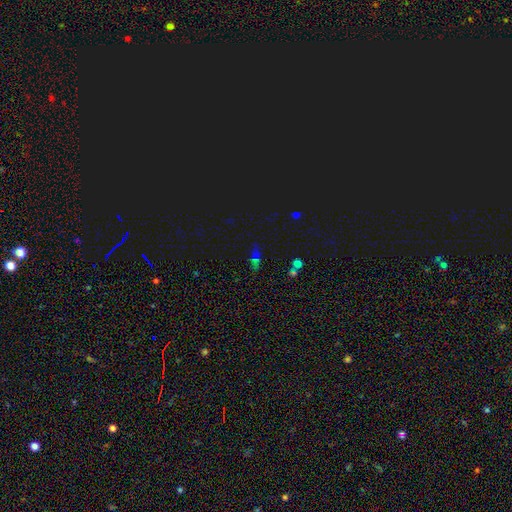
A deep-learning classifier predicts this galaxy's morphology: A smooth galaxy with no disk features (44%).

Vote fractions:
- Smooth or featured? smooth: 44% / star or artifact: 39% / featured or disk: 18%
- Merging? none: 73% / minor disturbance: 15% / merger: 6% / major disturbance: 5%